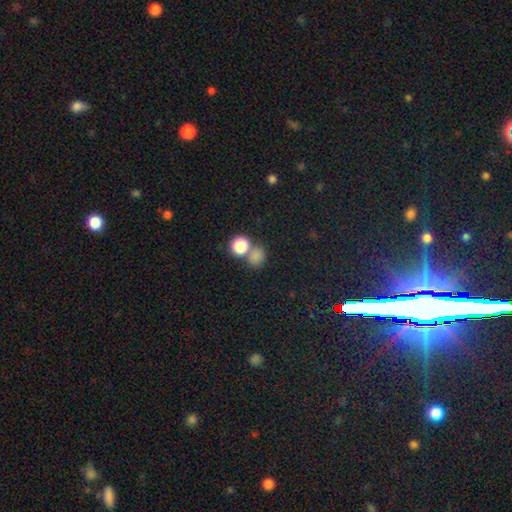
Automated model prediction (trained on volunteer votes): Smooth or featured? Predicted: smooth (p=0.75). How rounded? Predicted: round (p=0.72). Merging? Predicted: none (p=0.54).